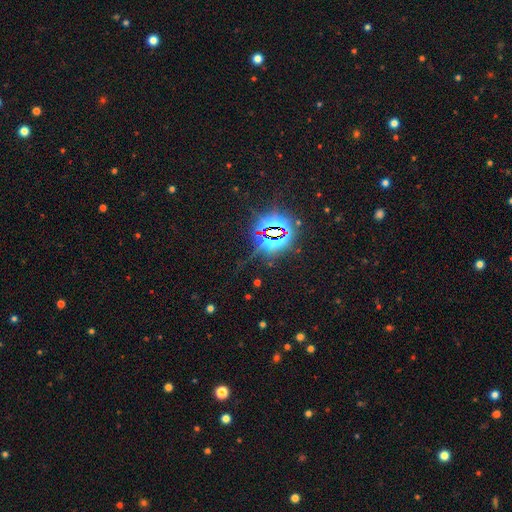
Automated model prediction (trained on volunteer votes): Smooth or featured? Predicted: star or artifact (p=0.85).